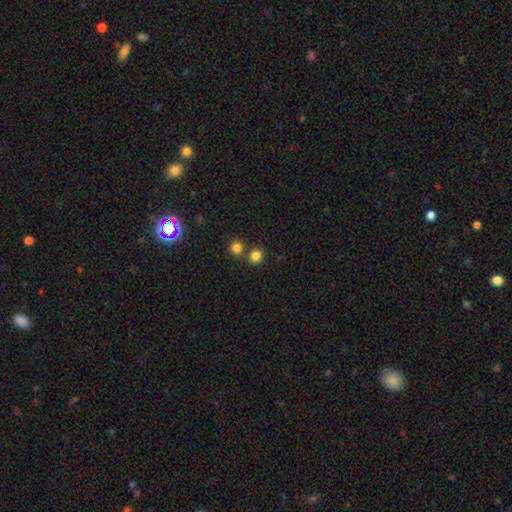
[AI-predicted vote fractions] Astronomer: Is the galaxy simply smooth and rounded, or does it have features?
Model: smooth — 82%.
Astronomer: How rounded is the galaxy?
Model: round — 78%.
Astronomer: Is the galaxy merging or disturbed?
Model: none — 69%.